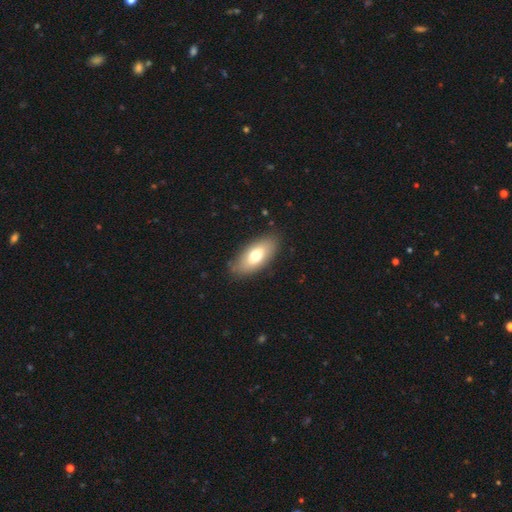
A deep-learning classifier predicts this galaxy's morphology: A smooth galaxy with no disk features (68%) that is in between round and cigar-shaped (87%). Merging: none (85%).